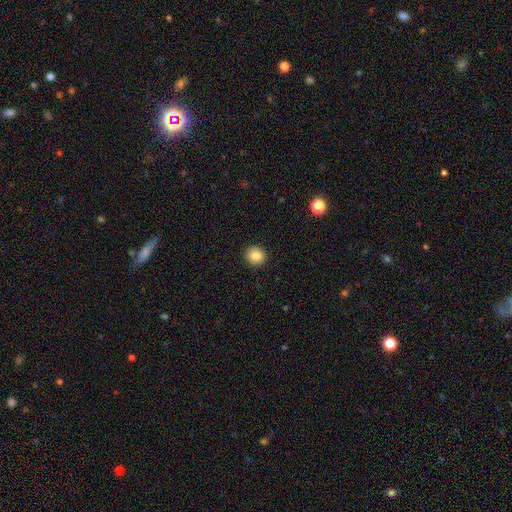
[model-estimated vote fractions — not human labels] The model was most divided on "smooth or featured": smooth: 85%, star or artifact: 10%, featured or disk: 5%. More confident: merging — none (93%); how rounded — round (91%).